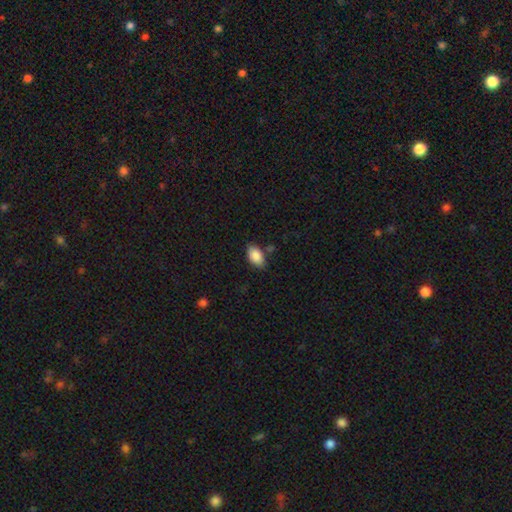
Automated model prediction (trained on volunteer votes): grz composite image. It shows a smooth galaxy with no disk features (87%) that is in between round and cigar-shaped (93%). Merging: none (78%).